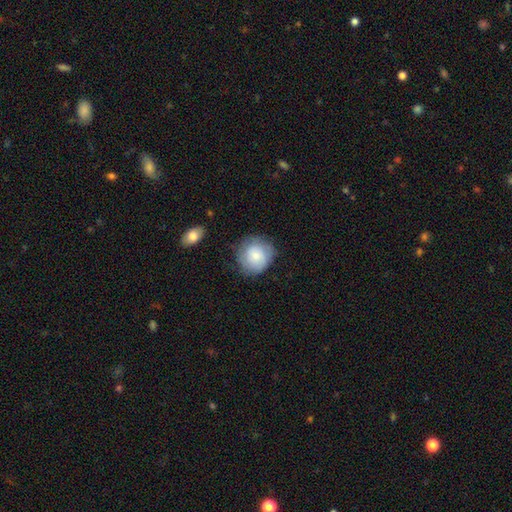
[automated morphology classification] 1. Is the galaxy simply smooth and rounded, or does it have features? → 71% smooth, 22% featured or disk, 7% star or artifact.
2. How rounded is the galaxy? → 88% round, 11% in between, 1% cigar-shaped.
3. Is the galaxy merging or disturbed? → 74% none, 19% minor disturbance, 6% major disturbance, 2% merger.